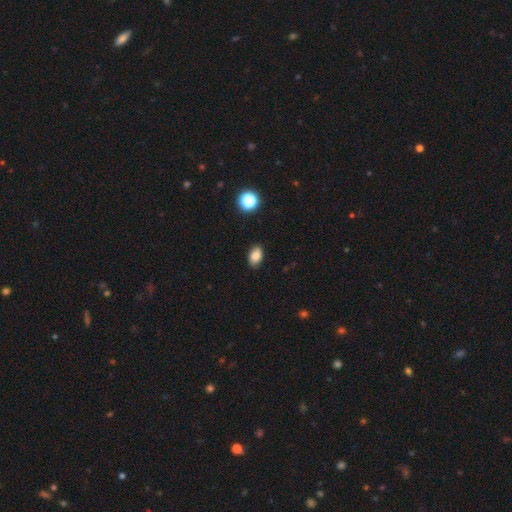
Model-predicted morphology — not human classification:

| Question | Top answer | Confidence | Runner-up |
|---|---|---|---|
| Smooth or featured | smooth | 84% | star or artifact (10%) |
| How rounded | in between | 88% | round (11%) |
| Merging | none | 86% | minor disturbance (11%) |